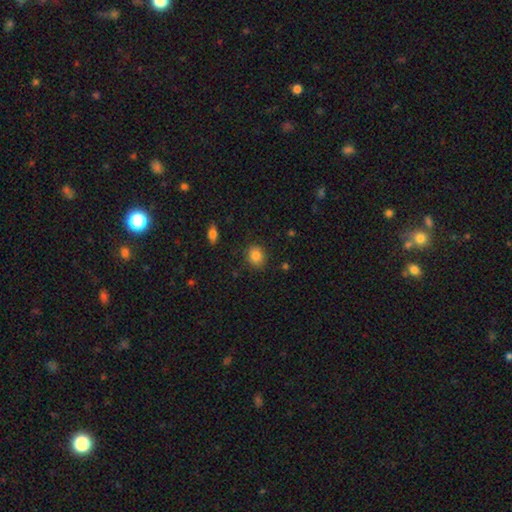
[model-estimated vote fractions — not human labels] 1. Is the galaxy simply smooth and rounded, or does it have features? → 83% smooth, 10% star or artifact, 7% featured or disk.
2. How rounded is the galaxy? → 68% round, 31% in between, 1% cigar-shaped.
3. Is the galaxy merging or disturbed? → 85% none, 11% minor disturbance, 3% major disturbance, 1% merger.